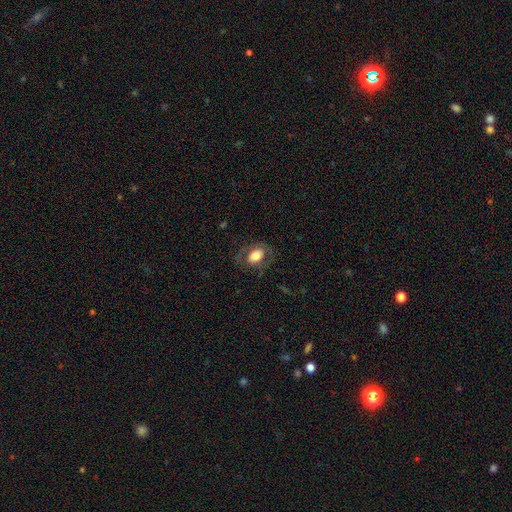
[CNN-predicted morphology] A smooth galaxy with no disk features (63%) that is in between round and cigar-shaped (81%).

Vote fractions:
- Smooth or featured? smooth: 63% / featured or disk: 29% / star or artifact: 8%
- How rounded? in between: 81% / round: 17% / cigar-shaped: 1%
- Merging? none: 69% / minor disturbance: 17% / major disturbance: 13% / merger: 1%